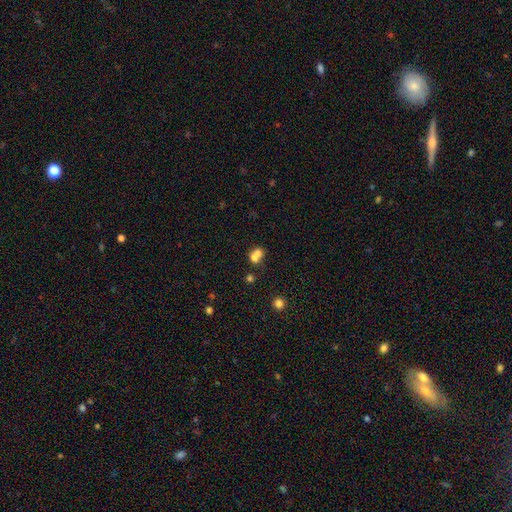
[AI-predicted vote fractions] smooth-or-featured: smooth: 70% | featured or disk: 17% | star or artifact: 13%
  how-rounded: round: 67% | in between: 31% | cigar-shaped: 1%
  merging: merger: 66% | none: 25% | minor disturbance: 6% | major disturbance: 3%